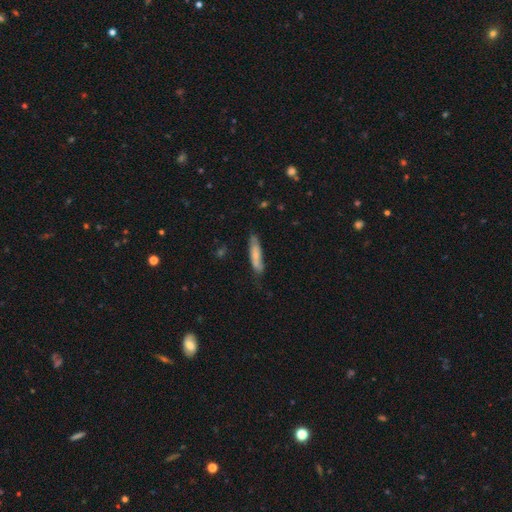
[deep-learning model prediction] Morphology: type=smooth (66%); roundness=cigar-shaped (77%); merging=none (70%).